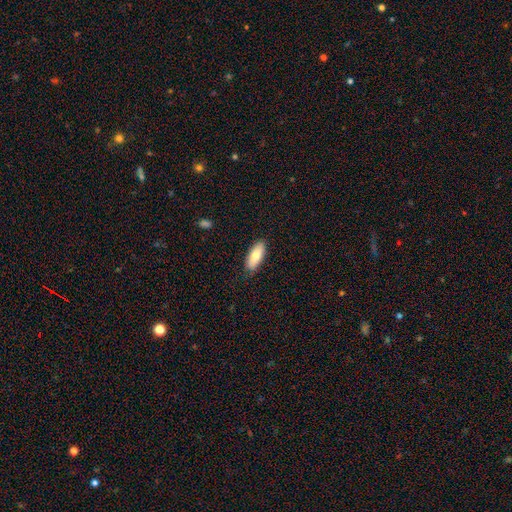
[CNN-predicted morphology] A smooth galaxy with no disk features (79%) that is in between round and cigar-shaped (77%). Merging: none (85%).